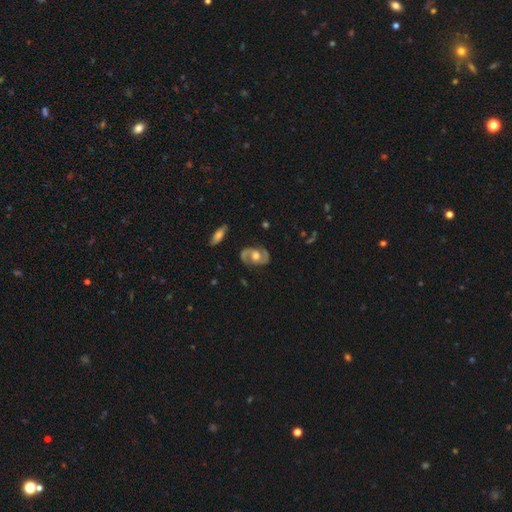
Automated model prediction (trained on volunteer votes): Smooth or featured? featured or disk (82%)
Edge-on disk? no (96%)
Bar? no (63%)
Spiral arms? yes (91%)
Spiral winding? medium (54%)
Spiral arm count? 2 (91%)
Bulge size? moderate (65%)
Merging? none (79%)